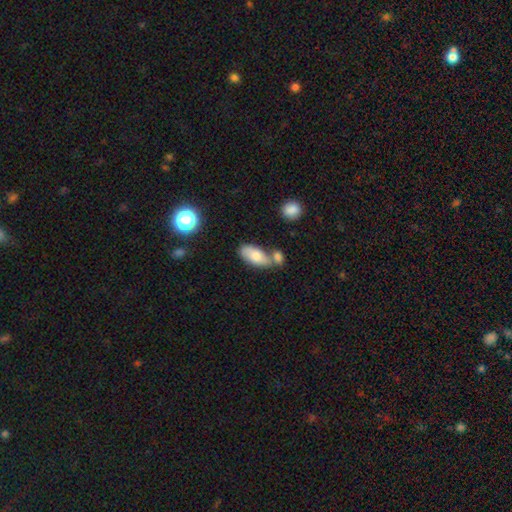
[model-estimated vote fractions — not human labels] Overall: smooth (76%). How rounded: in between (90%). Merging: none (46%; merger 33%).